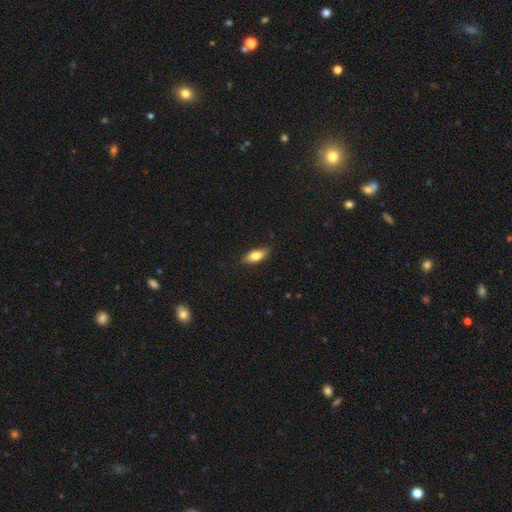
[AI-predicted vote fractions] Morphology: type=smooth (78%); roundness=in between (80%); merging=none (84%).